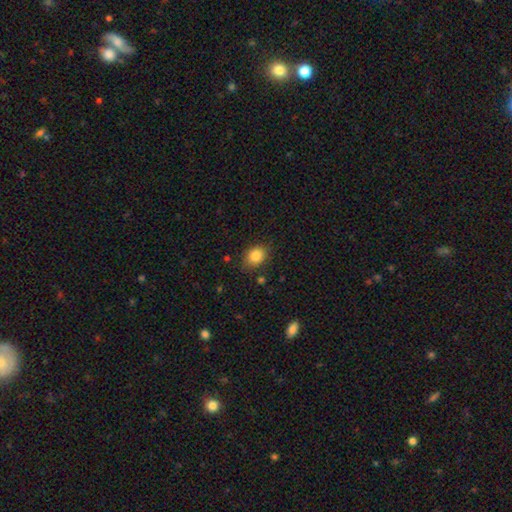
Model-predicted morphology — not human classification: smooth 84%, star or artifact 9%, featured or disk 6%. Down the decision tree: how rounded — in between (50%); merging — none (78%).